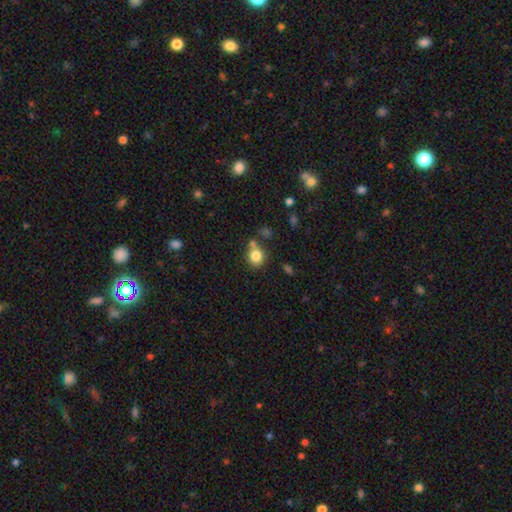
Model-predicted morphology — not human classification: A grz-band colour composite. It shows a smooth galaxy with no disk features (82%) that is round (81%). Merging: none (60%).